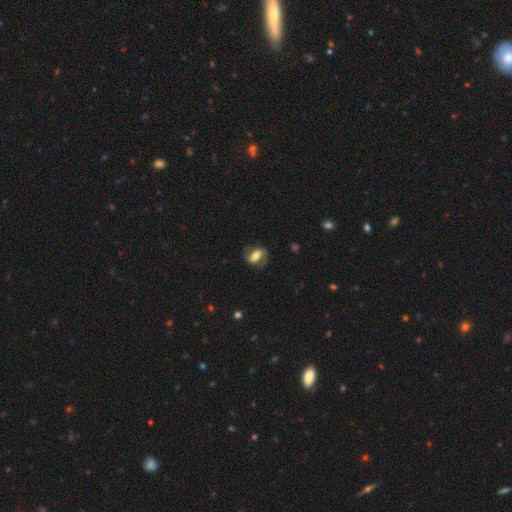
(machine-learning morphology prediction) This is possibly a featured or disk galaxy (48%). Merging: likely none (71%).